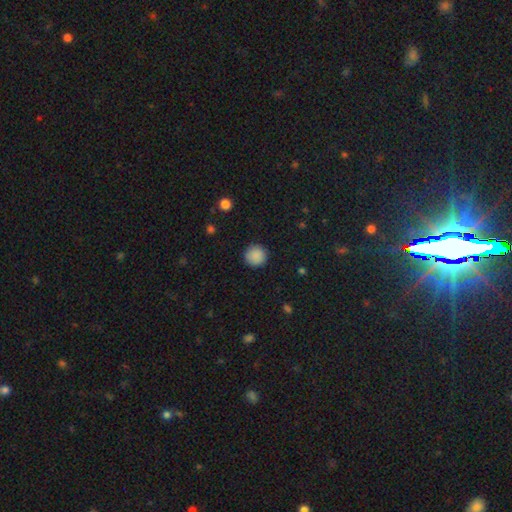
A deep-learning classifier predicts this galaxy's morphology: Smooth or featured?
  - smooth: 89% *
  - star or artifact: 8%
  - featured or disk: 3%
How rounded?
  - round: 95% *
  - in between: 4%
  - cigar-shaped: 1%
Merging?
  - none: 91% *
  - minor disturbance: 6%
  - major disturbance: 2%
  - merger: 1%